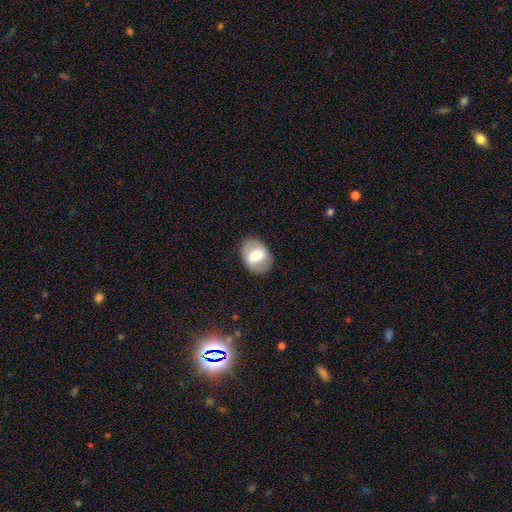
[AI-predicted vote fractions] Smooth or featured: smooth — 55% (featured or disk — 38%)
How rounded: in between — 77% (round — 21%)
Merging: none — 83% (minor disturbance — 12%)